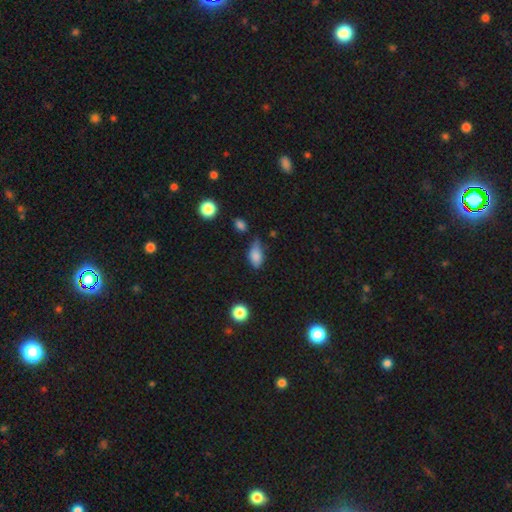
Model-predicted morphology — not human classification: A smooth galaxy with no disk features (81%) that is in between round and cigar-shaped (88%).

Vote fractions:
- Smooth or featured? smooth: 81% / featured or disk: 10% / star or artifact: 9%
- How rounded? in between: 88% / round: 7% / cigar-shaped: 5%
- Merging? minor disturbance: 44% / none: 41% / major disturbance: 10% / merger: 4%